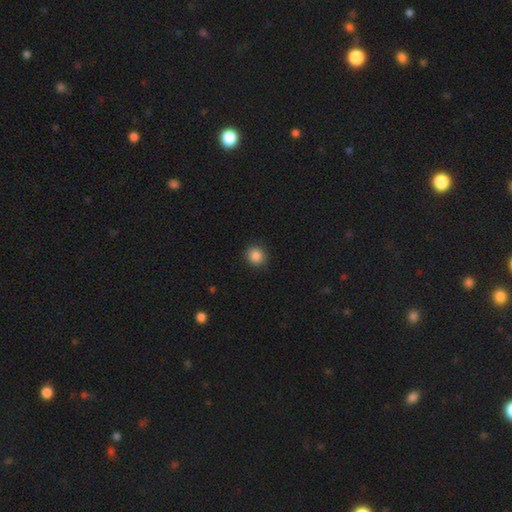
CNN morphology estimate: Smooth or featured?
  - smooth: 86% *
  - star or artifact: 10%
  - featured or disk: 4%
How rounded?
  - round: 87% *
  - in between: 12%
  - cigar-shaped: 1%
Merging?
  - none: 89% *
  - minor disturbance: 8%
  - major disturbance: 2%
  - merger: 1%